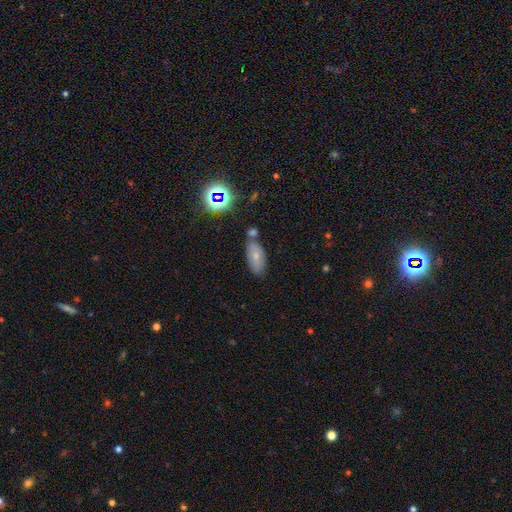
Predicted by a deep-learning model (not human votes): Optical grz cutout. It shows a smooth galaxy with no disk features (63%) that is in between round and cigar-shaped (89%). Merging: none (62%).